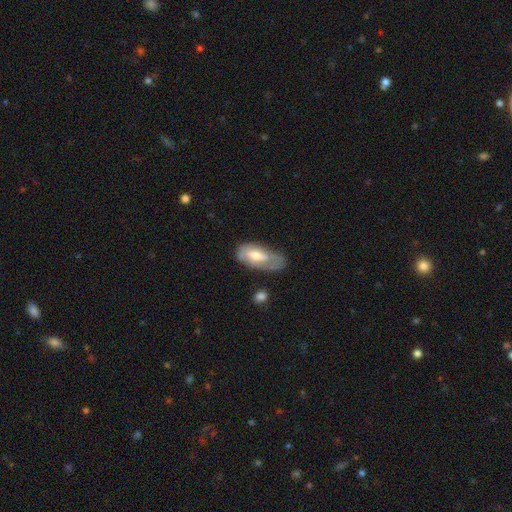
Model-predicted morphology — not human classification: The model was most divided on "merging": none: 36%, minor disturbance: 34%, major disturbance: 26%, merger: 5%. Remaining: smooth or featured — featured or disk (49%).